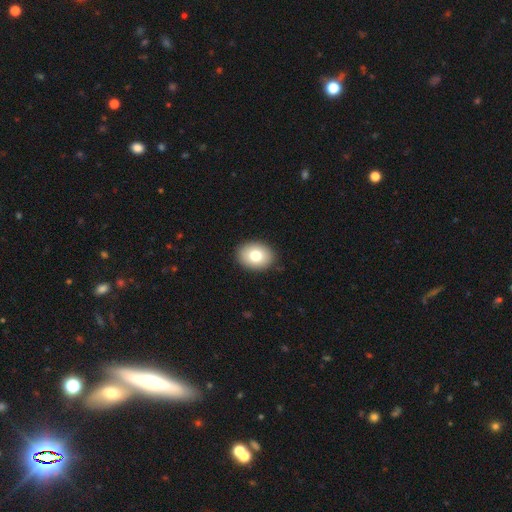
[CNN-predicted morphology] smooth-or-featured: smooth: 78% | featured or disk: 13% | star or artifact: 9%
  how-rounded: in between: 63% | round: 36% | cigar-shaped: 1%
  merging: none: 89% | minor disturbance: 8% | major disturbance: 2% | merger: 1%